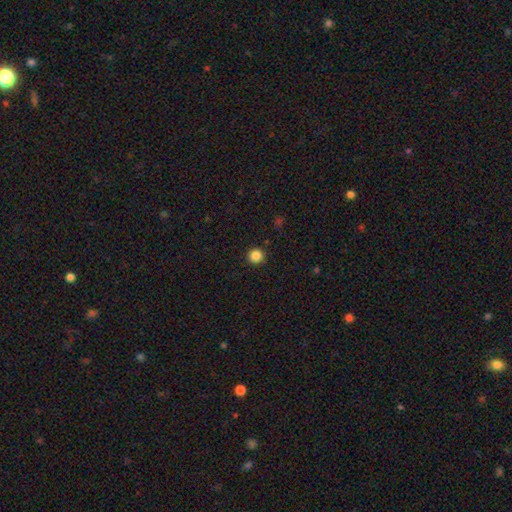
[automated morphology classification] The model was most divided on "smooth or featured": smooth: 86%, star or artifact: 11%, featured or disk: 3%. More confident: how rounded — round (95%); merging — none (92%).